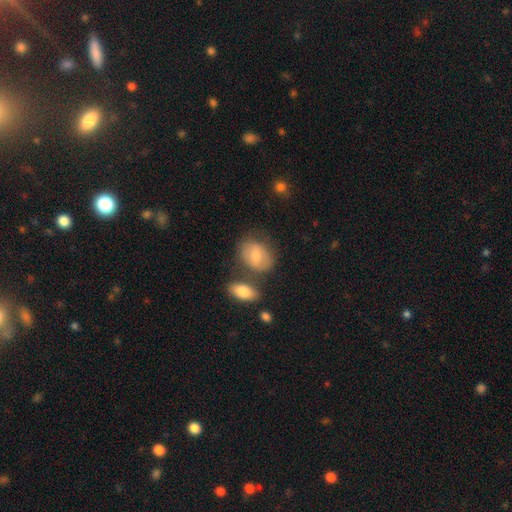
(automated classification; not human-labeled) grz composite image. It shows a smooth galaxy with no disk features (68%) that is in between round and cigar-shaped (65%). Merging: none (61%).